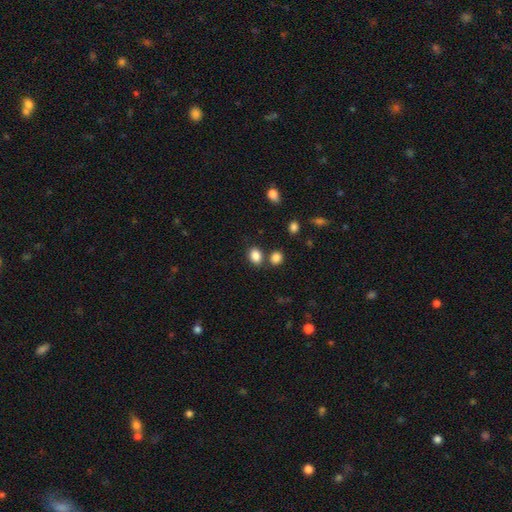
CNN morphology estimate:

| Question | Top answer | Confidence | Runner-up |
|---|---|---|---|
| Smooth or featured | smooth | 85% | star or artifact (10%) |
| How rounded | in between | 59% | round (40%) |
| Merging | none | 71% | merger (15%) |